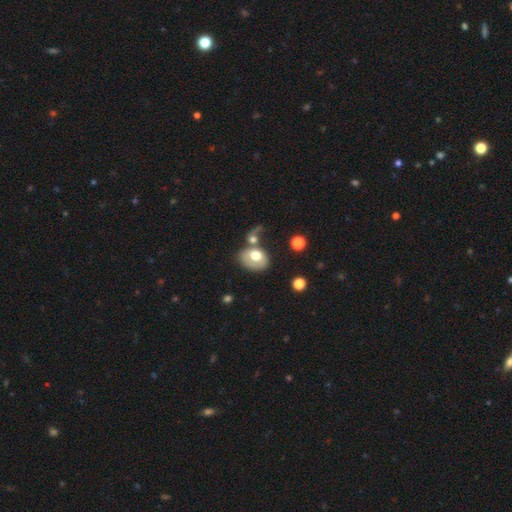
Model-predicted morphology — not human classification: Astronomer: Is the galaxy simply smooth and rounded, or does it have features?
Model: smooth — 64%.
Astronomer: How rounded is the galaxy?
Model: in between — 68%.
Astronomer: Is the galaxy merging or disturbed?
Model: none — 37% (runner-up: merger, 32%).